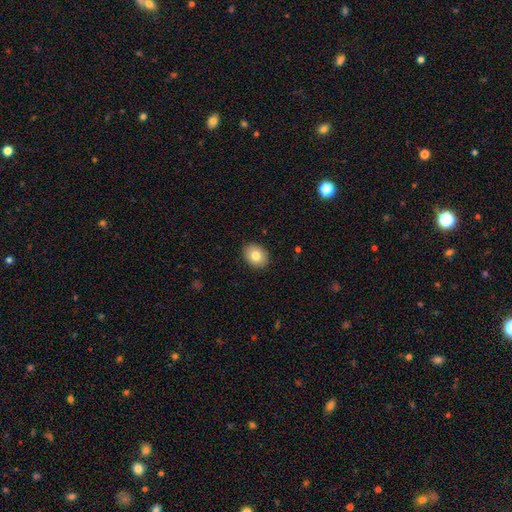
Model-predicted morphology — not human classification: type=smooth (81%); roundness=round (51%); merging=none (90%).